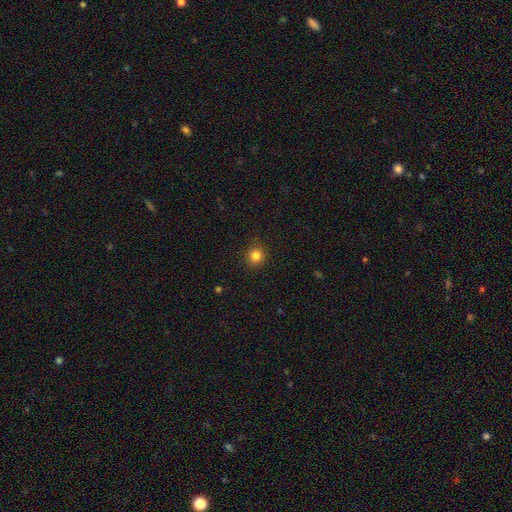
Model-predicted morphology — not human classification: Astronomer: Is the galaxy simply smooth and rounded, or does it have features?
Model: smooth — 83%.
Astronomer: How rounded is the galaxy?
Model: round — 92%.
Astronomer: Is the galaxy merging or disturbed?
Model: none — 90%.